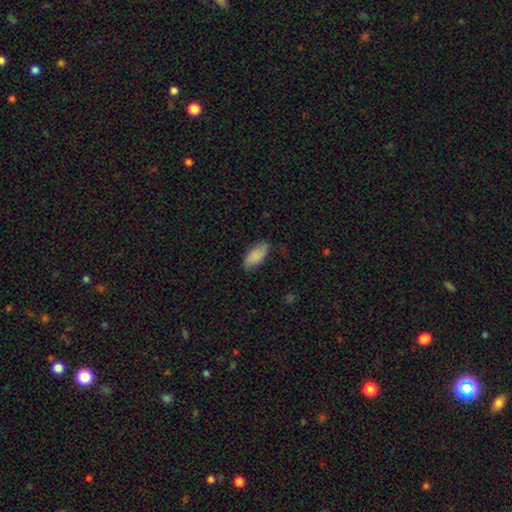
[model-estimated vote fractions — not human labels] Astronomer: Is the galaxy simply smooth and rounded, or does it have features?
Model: smooth — 83%.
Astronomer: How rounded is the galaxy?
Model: in between — 88%.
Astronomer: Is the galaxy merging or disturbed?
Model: none — 75%.